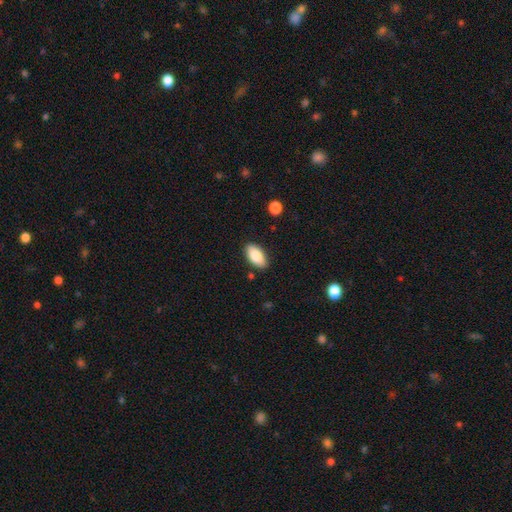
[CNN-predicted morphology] Overall: smooth (86%). How rounded: in between (93%). Merging: none (86%).